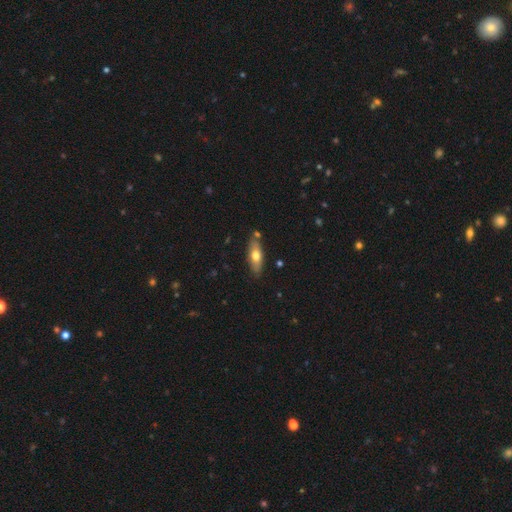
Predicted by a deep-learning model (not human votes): Smooth or featured: smooth — 60% (featured or disk — 34%)
How rounded: in between — 58% (cigar-shaped — 39%)
Merging: none — 78% (minor disturbance — 14%)